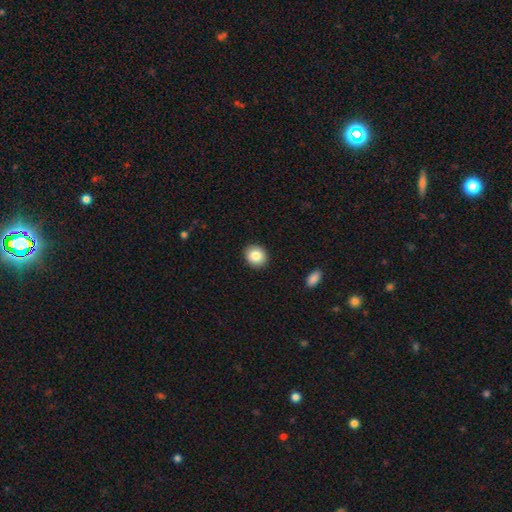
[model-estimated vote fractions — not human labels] smooth 85%, star or artifact 8%, featured or disk 6%. Down the decision tree: how rounded — round (75%); merging — none (91%).